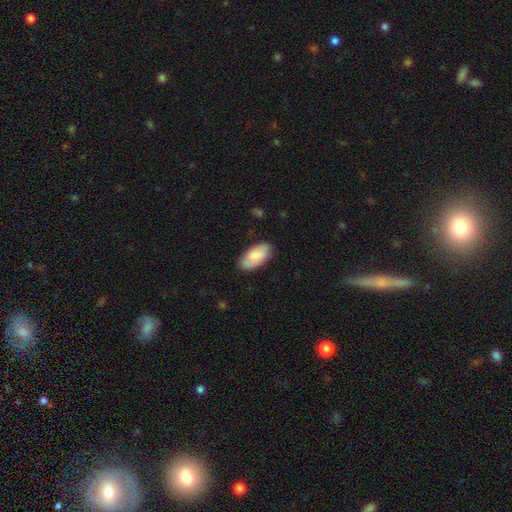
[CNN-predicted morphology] Smooth or featured? smooth (78%)
How rounded? in between (94%)
Merging? none (77%)